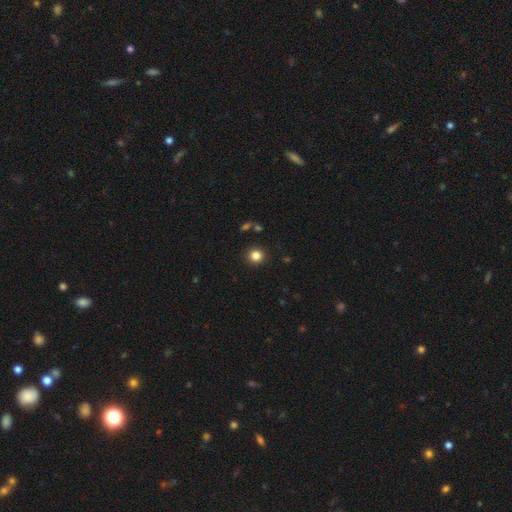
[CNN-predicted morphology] This appears to be a smooth galaxy with no disk features (83%) that is round (92%). Merging: none (90%).